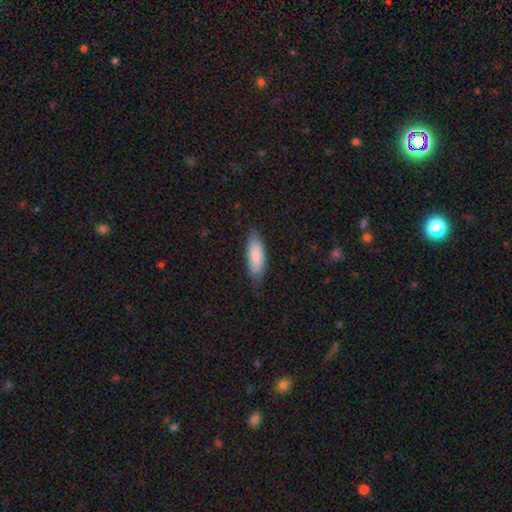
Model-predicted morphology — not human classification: This is clearly a smooth galaxy (84%). How rounded: likely in between (63%). Merging: likely none (76%).